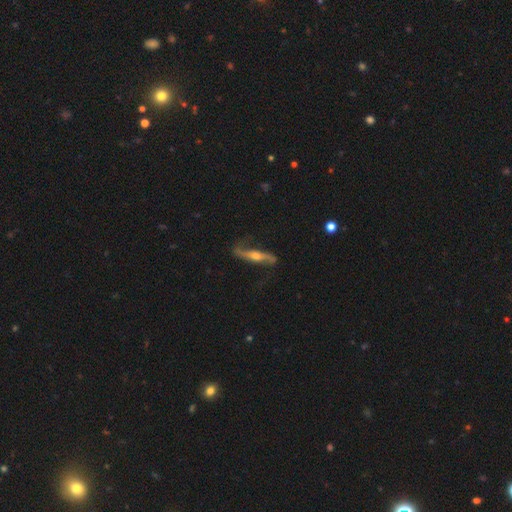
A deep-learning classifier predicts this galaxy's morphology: smooth-or-featured: featured or disk: 83% | smooth: 12% | star or artifact: 5%
  disk-edge-on: no: 56% | yes: 44%
  merging: none: 73% | minor disturbance: 17% | major disturbance: 8% | merger: 2%